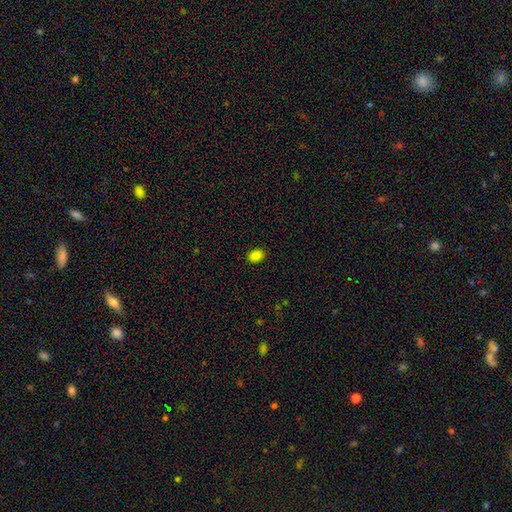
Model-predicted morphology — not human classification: The model was most divided on "how rounded": in between: 72%, round: 27%, cigar-shaped: 1%. More confident: merging — none (89%); smooth or featured — smooth (85%).